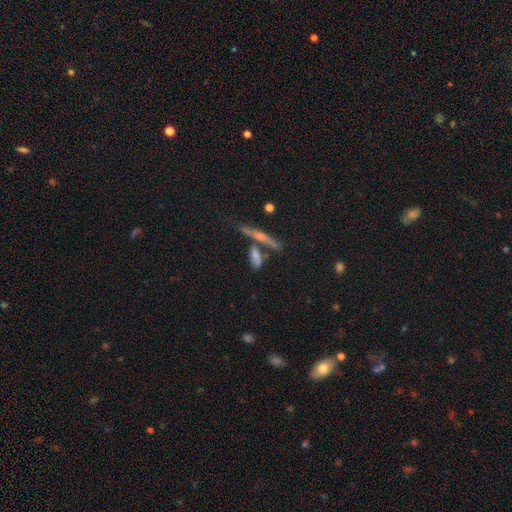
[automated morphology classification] The model was most divided on "smooth or featured": smooth: 49%, featured or disk: 39%, star or artifact: 12%. More confident: merging — none (55%).